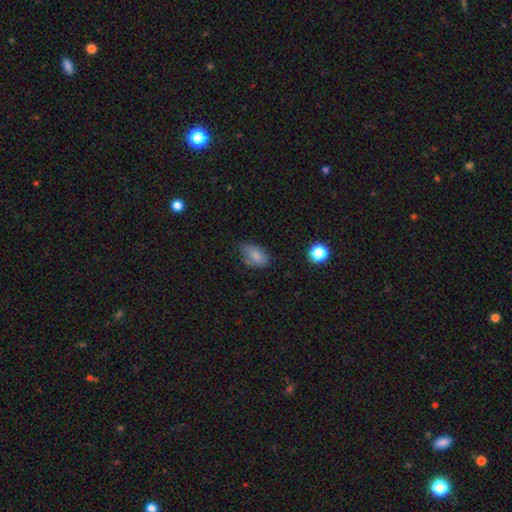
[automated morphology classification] This appears to be a smooth galaxy with no disk features (79%) that is in between round and cigar-shaped (88%). Merging: none (54%).